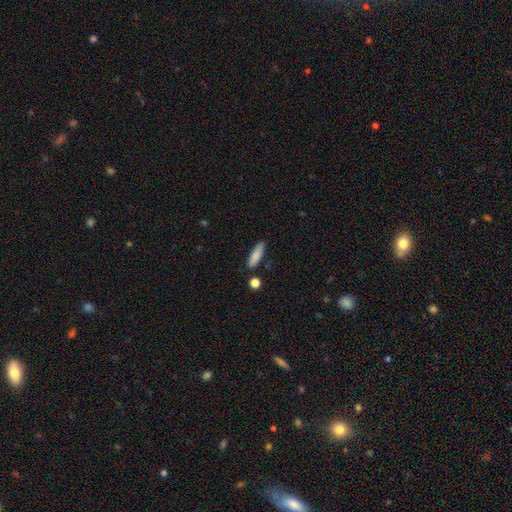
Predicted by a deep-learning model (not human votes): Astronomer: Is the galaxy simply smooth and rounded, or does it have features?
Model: smooth — 85%.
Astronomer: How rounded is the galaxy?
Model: cigar-shaped — 57% (runner-up: in between, 41%).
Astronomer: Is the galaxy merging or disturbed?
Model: none — 83%.